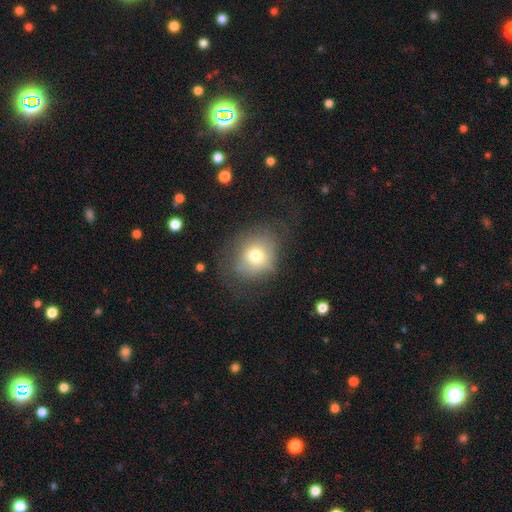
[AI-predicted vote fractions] smooth_or_featured: smooth (p=0.71) [alt: featured or disk p=0.17]
how_rounded: round (p=0.63) [alt: in between p=0.36]
merging: none (p=0.61) [alt: minor disturbance p=0.22]